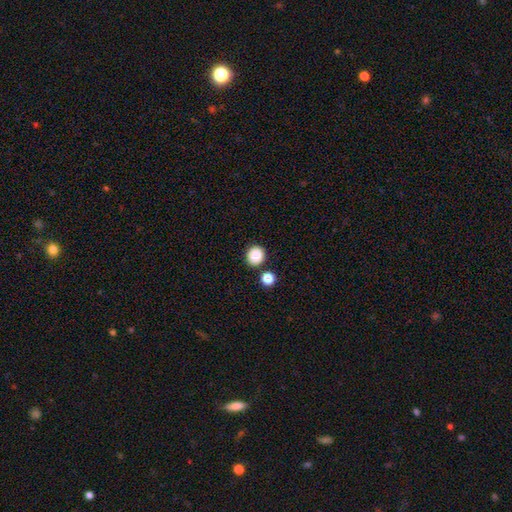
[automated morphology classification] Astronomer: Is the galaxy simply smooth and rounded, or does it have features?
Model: smooth — 87%.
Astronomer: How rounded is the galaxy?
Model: round — 89%.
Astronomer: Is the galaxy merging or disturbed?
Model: none — 85%.